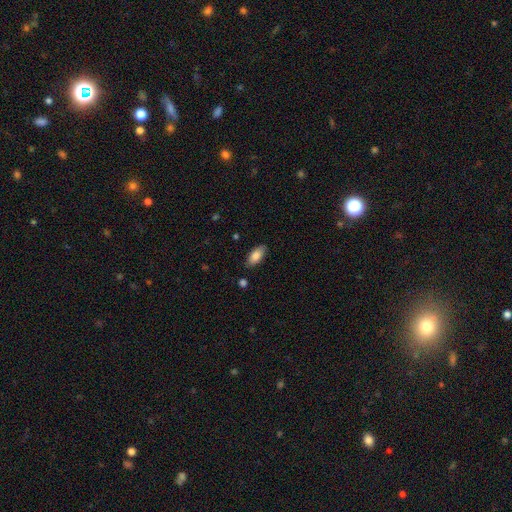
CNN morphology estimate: Smooth or featured: smooth — 83% (featured or disk — 10%)
How rounded: in between — 87% (cigar-shaped — 11%)
Merging: none — 86% (minor disturbance — 11%)